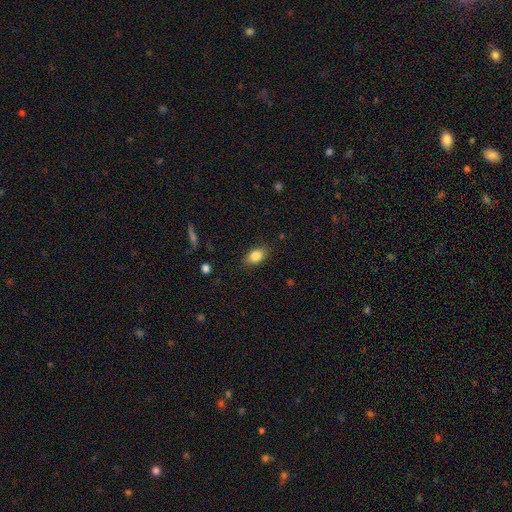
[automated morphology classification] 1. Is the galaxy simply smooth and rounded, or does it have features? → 84% smooth, 8% featured or disk, 8% star or artifact.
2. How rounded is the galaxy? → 85% in between, 12% round, 3% cigar-shaped.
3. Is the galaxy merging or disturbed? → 84% none, 12% minor disturbance, 3% major disturbance, 1% merger.